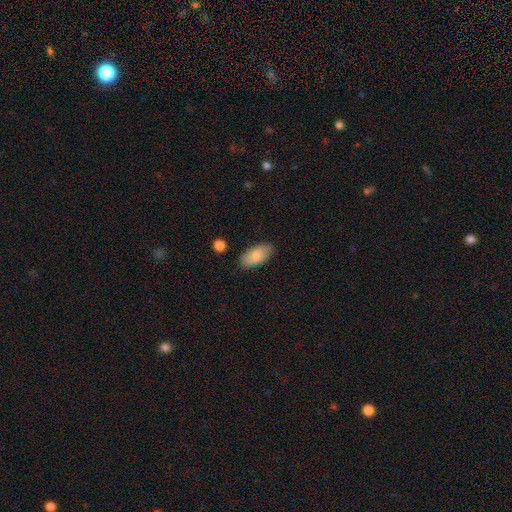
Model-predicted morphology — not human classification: The model was most divided on "merging": none: 83%, minor disturbance: 12%, major disturbance: 3%, merger: 2%. More confident: how rounded — in between (92%); smooth or featured — smooth (84%).